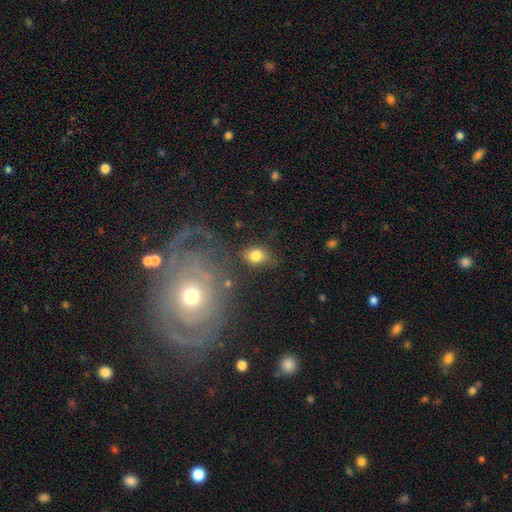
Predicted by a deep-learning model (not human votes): smooth 80%, featured or disk 11%, star or artifact 9%. Down the decision tree: how rounded — in between (60%); merging — none (71%).